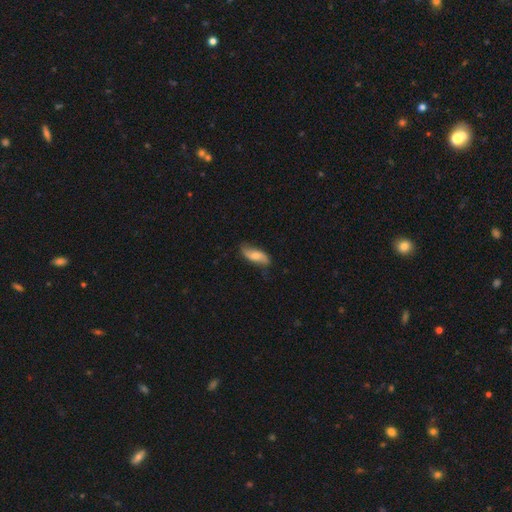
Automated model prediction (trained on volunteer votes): A smooth galaxy with no disk features (52%) that is in between round and cigar-shaped (72%). Merging: none (72%).